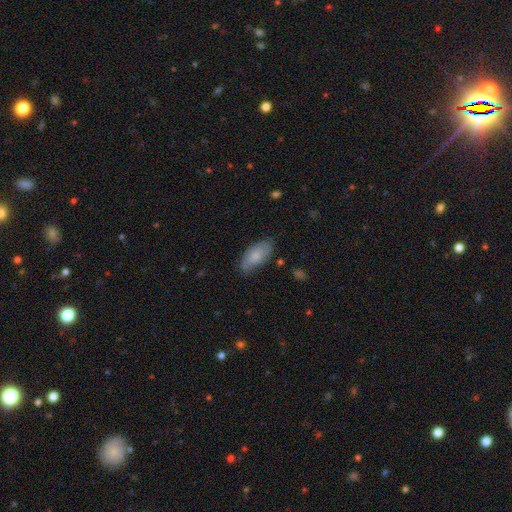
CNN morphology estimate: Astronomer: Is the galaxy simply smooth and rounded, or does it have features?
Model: smooth — 74%.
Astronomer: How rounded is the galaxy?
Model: in between — 90%.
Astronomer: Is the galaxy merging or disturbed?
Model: none — 70%.